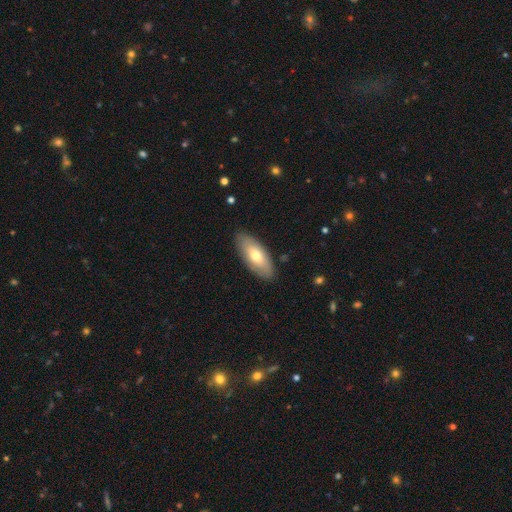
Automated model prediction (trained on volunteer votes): Morphology: type=smooth (66%); roundness=in between (84%); merging=none (85%).